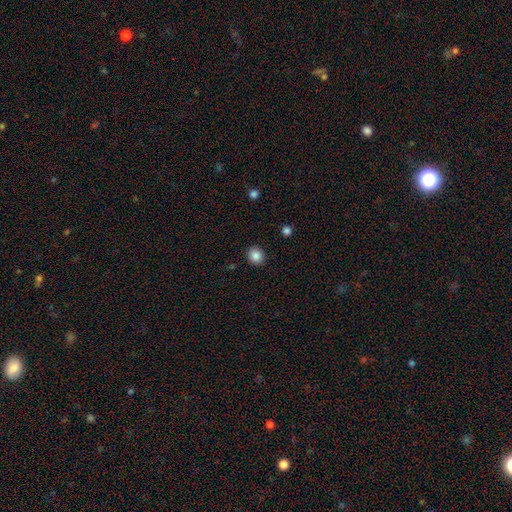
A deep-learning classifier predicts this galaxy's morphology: Smooth or featured?
  - smooth: 85% *
  - star or artifact: 10%
  - featured or disk: 5%
How rounded?
  - round: 78% *
  - in between: 21%
  - cigar-shaped: 1%
Merging?
  - none: 90% *
  - minor disturbance: 6%
  - major disturbance: 2%
  - merger: 1%